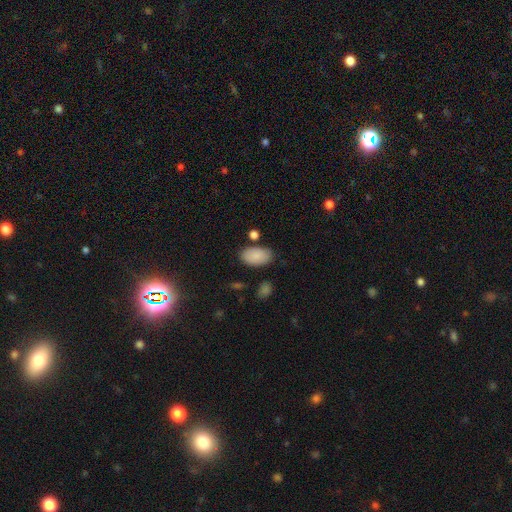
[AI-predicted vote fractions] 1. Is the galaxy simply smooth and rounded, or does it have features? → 86% smooth, 7% star or artifact, 7% featured or disk.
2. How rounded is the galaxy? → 94% in between, 5% round, 1% cigar-shaped.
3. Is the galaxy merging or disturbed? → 79% none, 13% minor disturbance, 5% merger, 3% major disturbance.